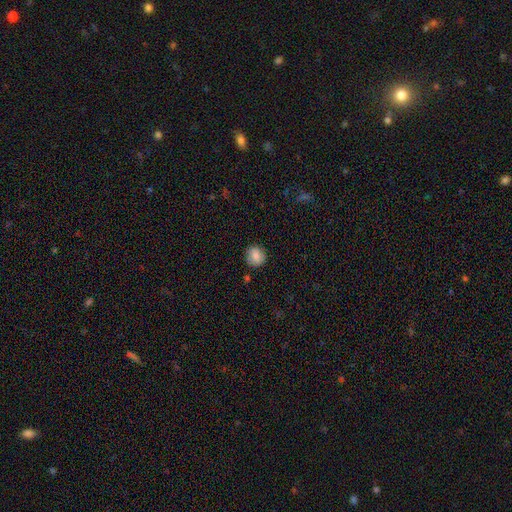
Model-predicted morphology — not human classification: type=smooth (78%); roundness=round (87%); merging=none (85%).